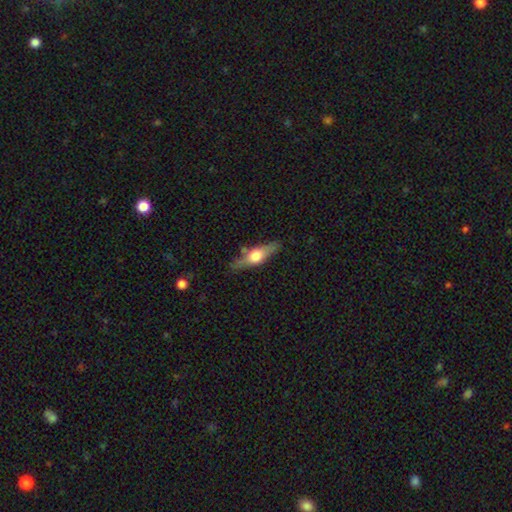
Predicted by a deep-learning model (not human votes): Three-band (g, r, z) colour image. It shows a featured or disk galaxy (55%) viewed edge-on (90%). Merging: none (79%).